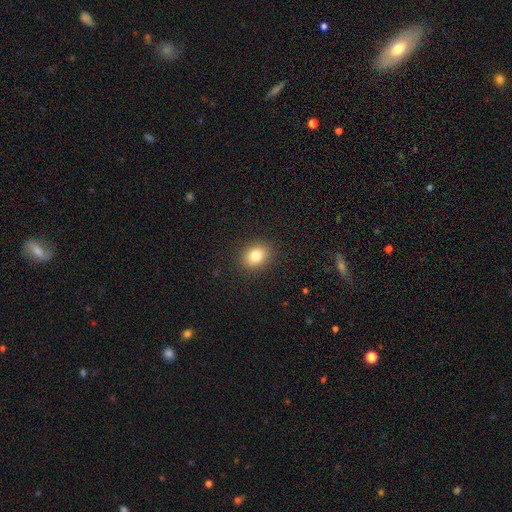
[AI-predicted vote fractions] Q: Smooth or featured?
A: smooth (82%); runner-up: star or artifact (10%)
Q: How rounded?
A: in between (51%); runner-up: round (48%)
Q: Merging?
A: none (89%); runner-up: minor disturbance (7%)